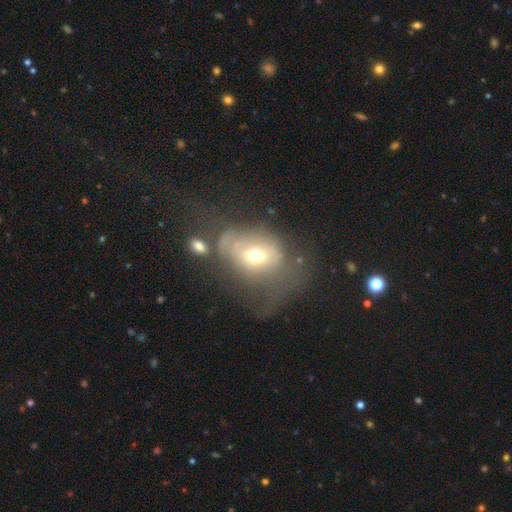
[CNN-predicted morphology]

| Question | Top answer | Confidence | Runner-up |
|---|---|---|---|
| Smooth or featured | smooth | 50% | featured or disk (38%) |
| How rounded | in between | 63% | round (36%) |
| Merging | major disturbance | 47% | none (22%) |